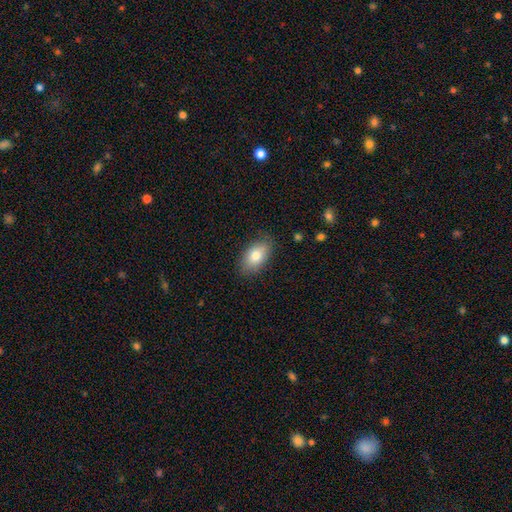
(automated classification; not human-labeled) smooth-or-featured: smooth: 80% | featured or disk: 13% | star or artifact: 7%
  how-rounded: in between: 92% | round: 6% | cigar-shaped: 2%
  merging: none: 84% | minor disturbance: 12% | major disturbance: 3% | merger: 1%